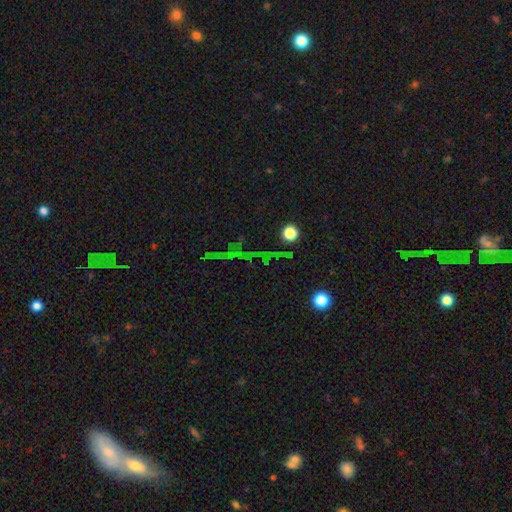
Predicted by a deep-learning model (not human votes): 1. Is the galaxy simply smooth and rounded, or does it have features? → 67% star or artifact, 19% smooth, 14% featured or disk.